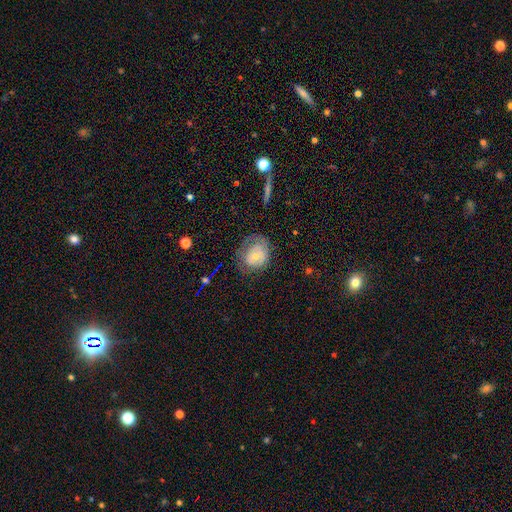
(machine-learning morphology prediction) This appears to be a featured or disk galaxy (49%). Merging: none (51%).